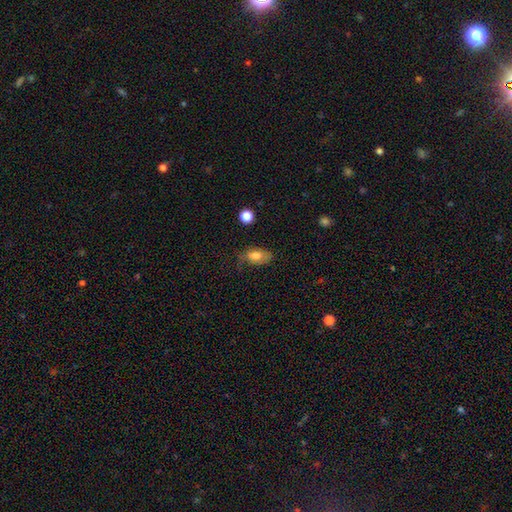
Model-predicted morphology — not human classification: Smooth or featured: smooth — 77% (featured or disk — 14%)
How rounded: in between — 88% (round — 9%)
Merging: none — 52% (minor disturbance — 32%)